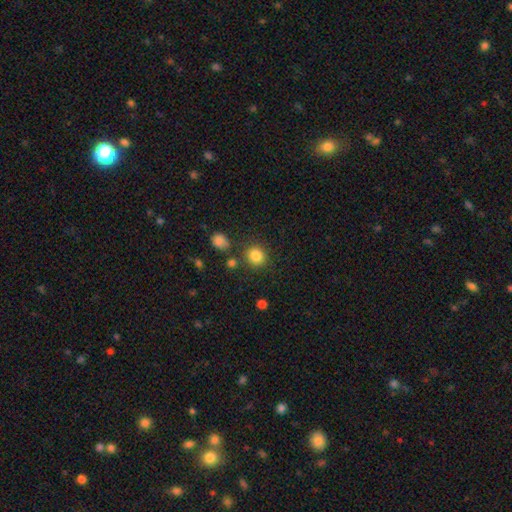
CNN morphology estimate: type=smooth (84%); roundness=round (83%); merging=none (81%).